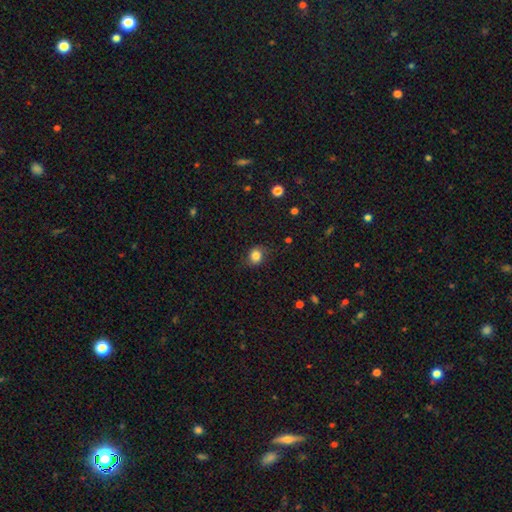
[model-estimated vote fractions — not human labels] Smooth or featured? Predicted: smooth (p=0.83). How rounded? Predicted: round (p=0.67). Merging? Predicted: none (p=0.78).